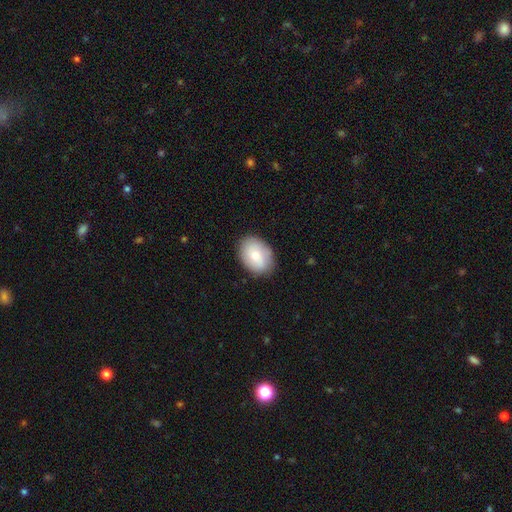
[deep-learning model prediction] Smooth or featured?
  - smooth: 72% *
  - featured or disk: 21%
  - star or artifact: 7%
How rounded?
  - in between: 74% *
  - round: 25%
  - cigar-shaped: 1%
Merging?
  - none: 83% *
  - minor disturbance: 13%
  - major disturbance: 3%
  - merger: 1%